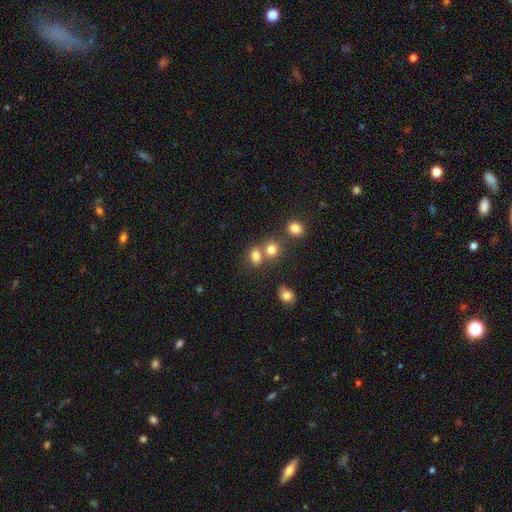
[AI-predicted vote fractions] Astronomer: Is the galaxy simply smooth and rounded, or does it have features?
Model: smooth — 79%.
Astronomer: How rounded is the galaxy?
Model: in between — 51% (runner-up: round, 48%).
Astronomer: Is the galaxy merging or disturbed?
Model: none — 49% (runner-up: merger, 36%).